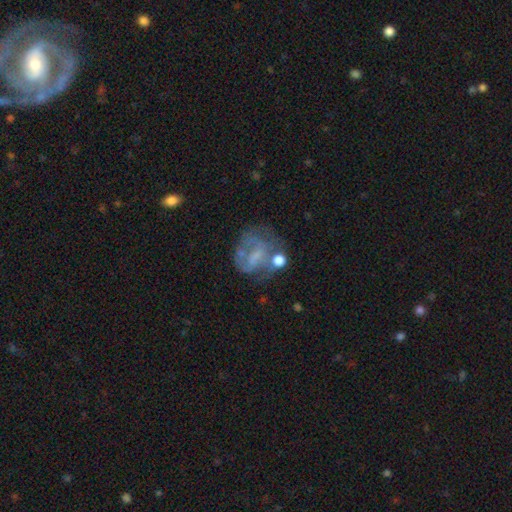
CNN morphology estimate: Smooth or featured? Predicted: featured or disk (p=0.55). Edge-on disk? Predicted: no (p=0.97). Bar? Predicted: no (p=0.59). Spiral arms? Predicted: no (p=0.59). Bulge size? Predicted: none (p=0.49). Merging? Predicted: none (p=0.36).